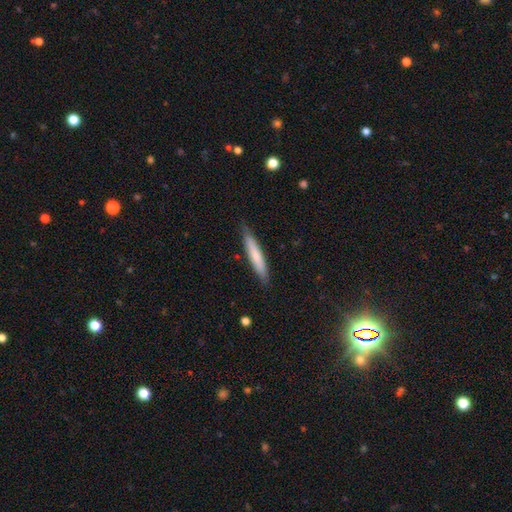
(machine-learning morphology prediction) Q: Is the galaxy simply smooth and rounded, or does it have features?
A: smooth — 71%.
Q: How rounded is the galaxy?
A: cigar-shaped — 92%.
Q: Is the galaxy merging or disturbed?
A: none — 84%.